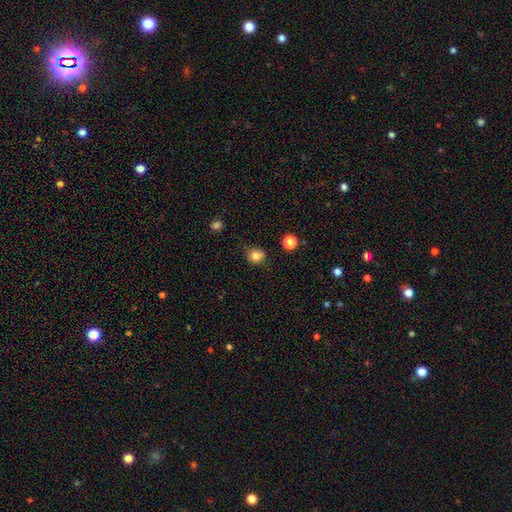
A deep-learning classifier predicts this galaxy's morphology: Smooth or featured? Predicted: smooth (p=0.79). How rounded? Predicted: round (p=0.81). Merging? Predicted: none (p=0.70).